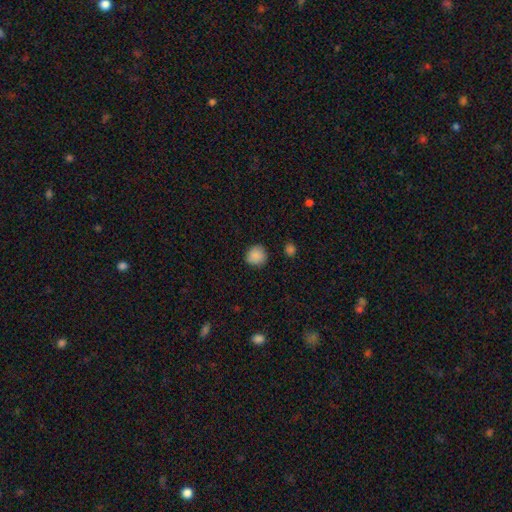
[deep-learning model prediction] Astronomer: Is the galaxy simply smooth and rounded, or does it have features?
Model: smooth — 88%.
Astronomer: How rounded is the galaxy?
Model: round — 89%.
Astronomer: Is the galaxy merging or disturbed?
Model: none — 86%.